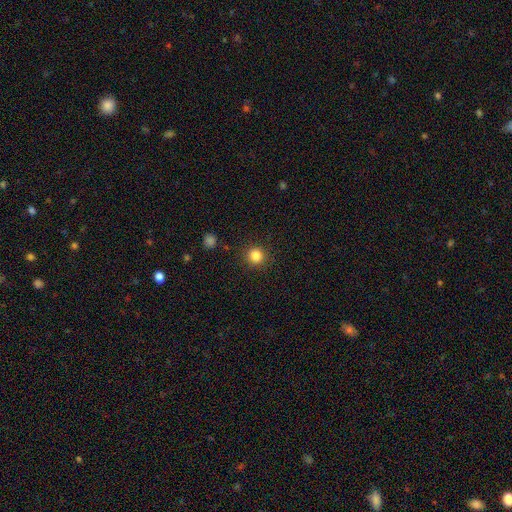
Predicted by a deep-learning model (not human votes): Smooth or featured: smooth — 84% (star or artifact — 11%)
How rounded: round — 93% (in between — 6%)
Merging: none — 90% (minor disturbance — 6%)